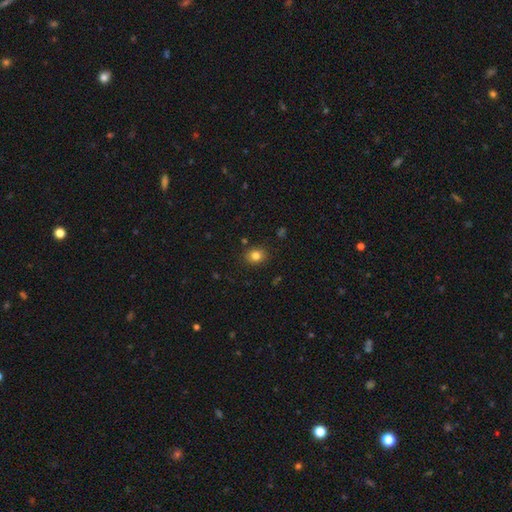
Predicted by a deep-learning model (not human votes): Smooth or featured: smooth — 82% (star or artifact — 12%)
How rounded: round — 65% (in between — 34%)
Merging: none — 87% (minor disturbance — 9%)